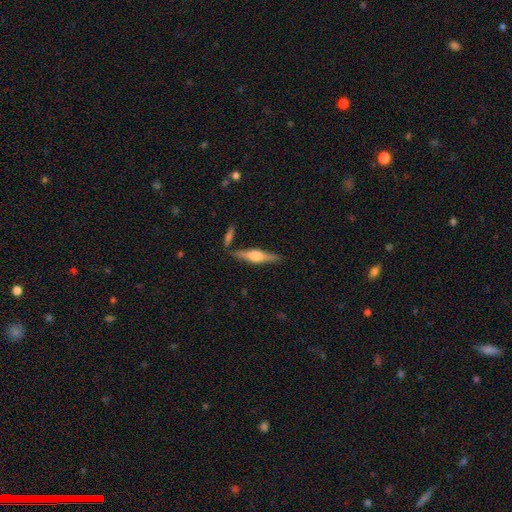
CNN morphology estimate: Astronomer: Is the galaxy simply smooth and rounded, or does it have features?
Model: featured or disk — 62%.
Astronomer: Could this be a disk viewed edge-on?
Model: yes — 96%.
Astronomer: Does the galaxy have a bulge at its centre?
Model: rounded — 87%.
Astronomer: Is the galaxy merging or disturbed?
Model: none — 81%.